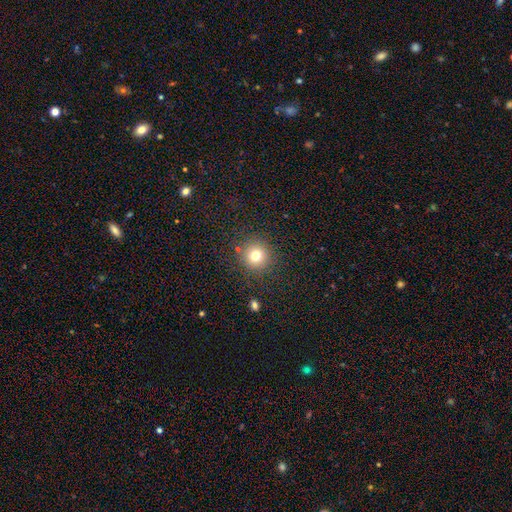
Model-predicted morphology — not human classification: Smooth or featured?
  - smooth: 77% *
  - star or artifact: 15%
  - featured or disk: 9%
How rounded?
  - round: 94% *
  - in between: 5%
  - cigar-shaped: 1%
Merging?
  - none: 88% *
  - minor disturbance: 7%
  - major disturbance: 3%
  - merger: 2%